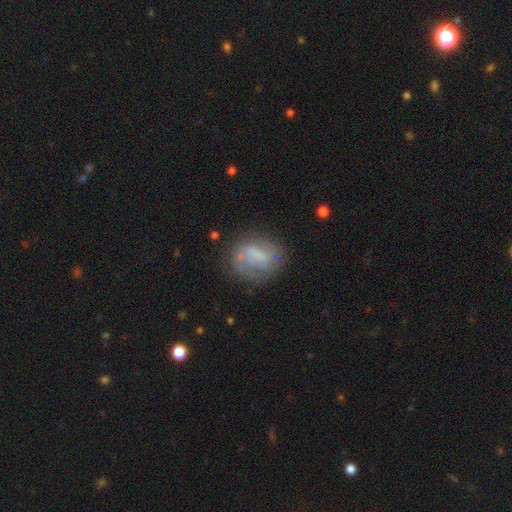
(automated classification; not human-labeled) This appears to be a featured or disk galaxy (45%, tied with smooth). Merging: none (55%).